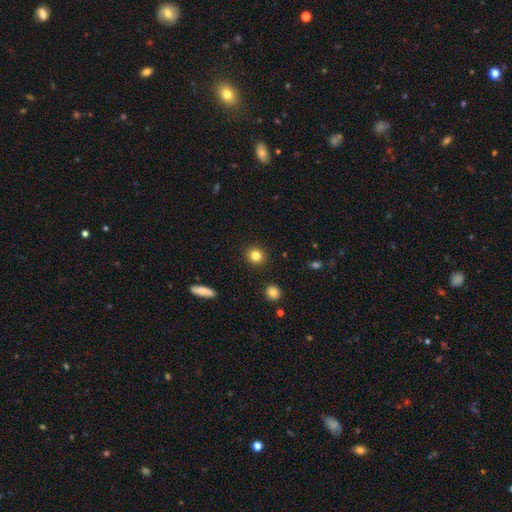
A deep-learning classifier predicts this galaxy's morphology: This is clearly a smooth galaxy (83%). How rounded: clearly round (88%). Merging: clearly none (92%).